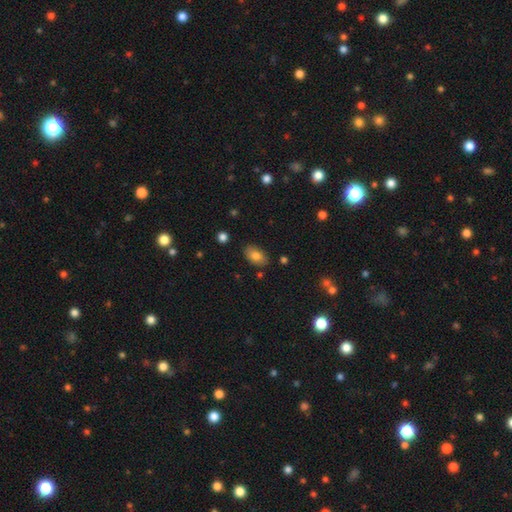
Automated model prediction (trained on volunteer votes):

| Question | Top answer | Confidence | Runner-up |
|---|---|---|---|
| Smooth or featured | smooth | 80% | featured or disk (11%) |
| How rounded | in between | 91% | round (7%) |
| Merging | none | 82% | minor disturbance (14%) |